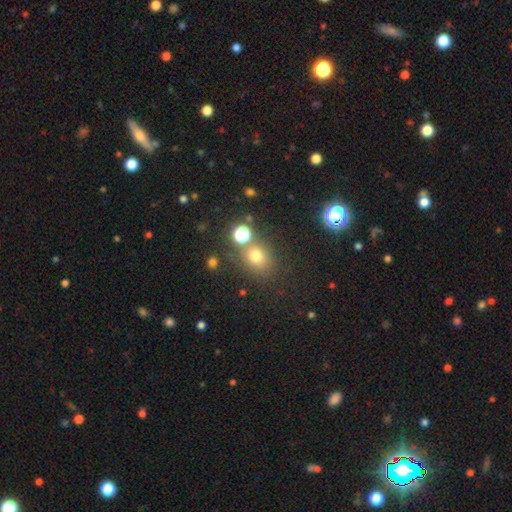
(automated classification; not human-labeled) Smooth or featured: smooth — 70% (star or artifact — 22%)
How rounded: round — 71% (in between — 28%)
Merging: none — 69% (merger — 14%)